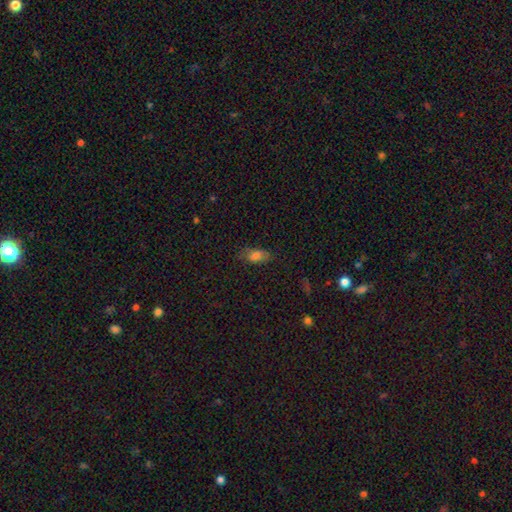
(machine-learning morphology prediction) Smooth or featured?
  - smooth: 78% *
  - star or artifact: 12%
  - featured or disk: 10%
How rounded?
  - in between: 87% *
  - cigar-shaped: 8%
  - round: 6%
Merging?
  - none: 73% *
  - minor disturbance: 20%
  - major disturbance: 6%
  - merger: 1%